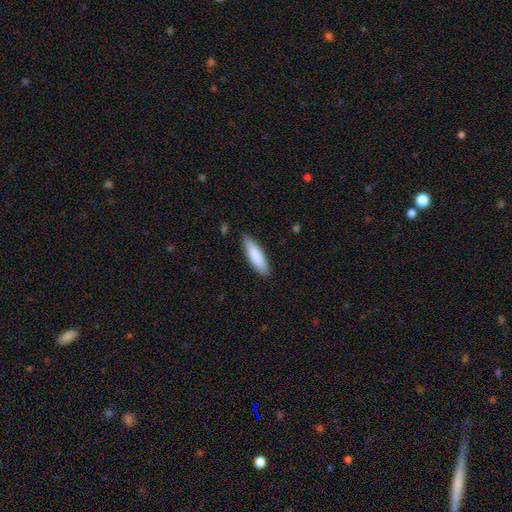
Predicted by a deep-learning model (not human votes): Morphology: type=smooth (86%); roundness=cigar-shaped (63%); merging=none (86%).